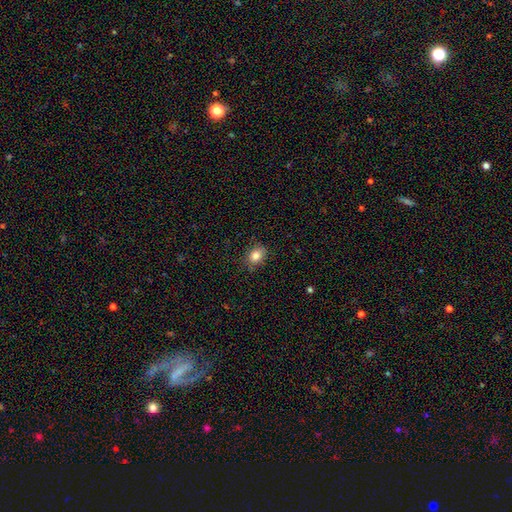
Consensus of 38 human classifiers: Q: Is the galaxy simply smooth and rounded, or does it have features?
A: smooth — 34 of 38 (89%).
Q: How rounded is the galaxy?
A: round — 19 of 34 (56%).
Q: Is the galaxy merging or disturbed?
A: none — 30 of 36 (83%).